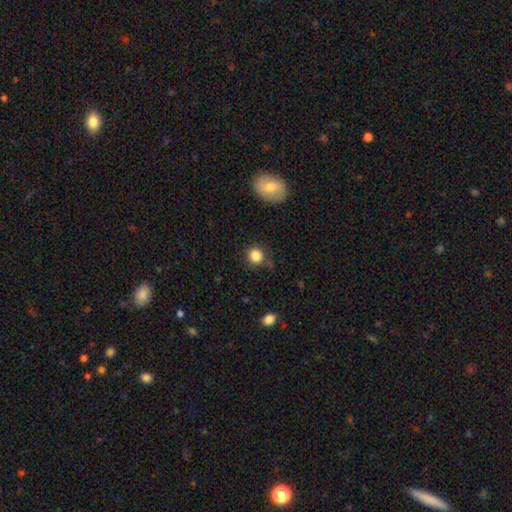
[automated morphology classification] type=smooth (85%); roundness=round (89%); merging=none (80%).